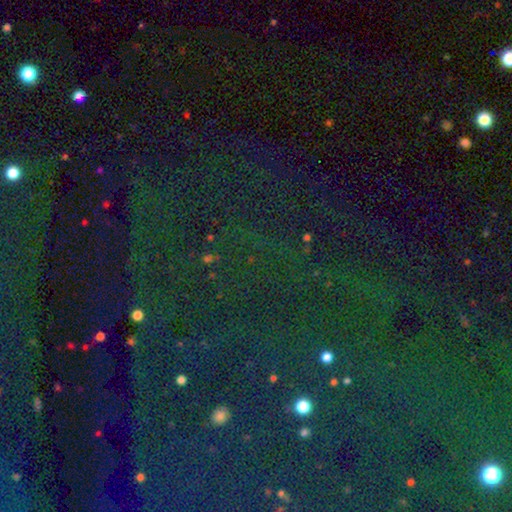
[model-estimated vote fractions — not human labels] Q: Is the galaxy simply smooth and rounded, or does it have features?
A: star or artifact — 81%.